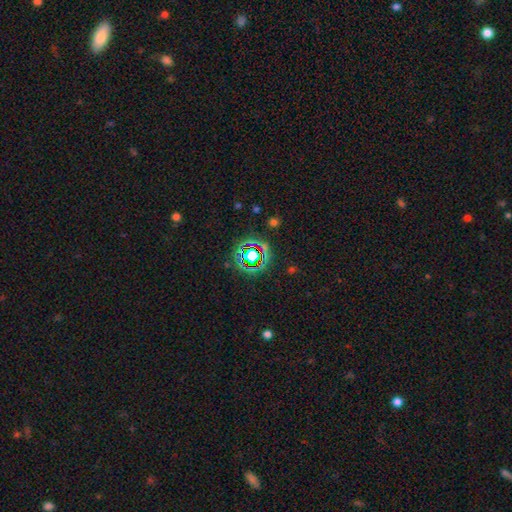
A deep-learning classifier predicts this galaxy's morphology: The model was most divided on "smooth or featured": star or artifact: 66%, smooth: 21%, featured or disk: 13%.